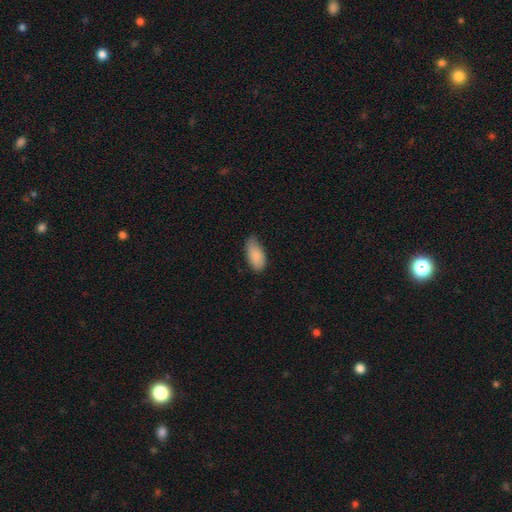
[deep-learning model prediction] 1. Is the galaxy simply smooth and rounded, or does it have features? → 87% smooth, 6% featured or disk, 6% star or artifact.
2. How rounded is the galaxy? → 93% in between, 5% cigar-shaped, 2% round.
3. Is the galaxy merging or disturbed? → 61% none, 33% minor disturbance, 5% major disturbance, 1% merger.